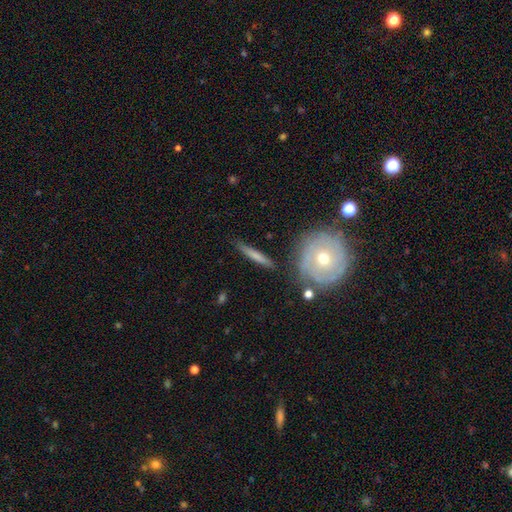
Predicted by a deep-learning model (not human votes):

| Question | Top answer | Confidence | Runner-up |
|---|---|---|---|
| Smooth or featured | smooth | 62% | featured or disk (32%) |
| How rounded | cigar-shaped | 91% | in between (6%) |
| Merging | none | 82% | minor disturbance (11%) |